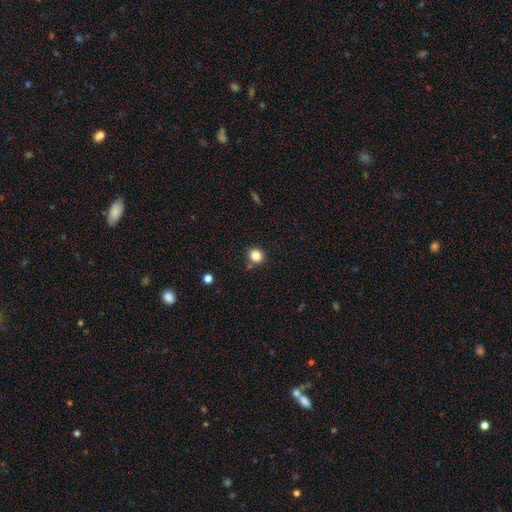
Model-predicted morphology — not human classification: smooth_or_featured: smooth (p=0.83) [alt: star or artifact p=0.12]
how_rounded: round (p=0.83) [alt: in between p=0.16]
merging: none (p=0.83) [alt: minor disturbance p=0.08]